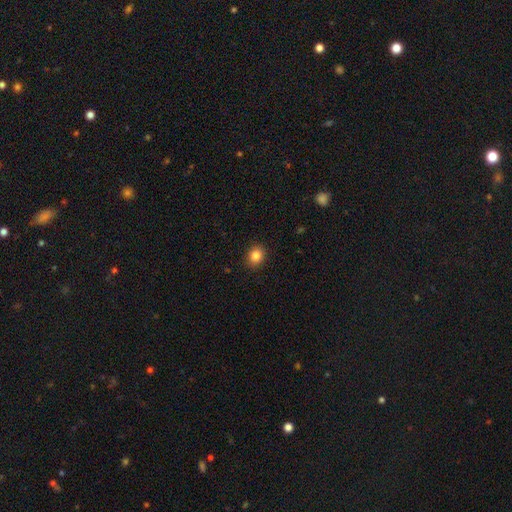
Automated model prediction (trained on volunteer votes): This appears to be a smooth galaxy with no disk features (85%) that is round (63%). Merging: none (90%).